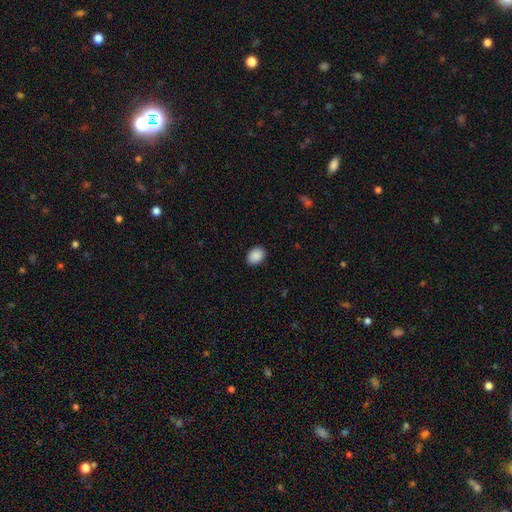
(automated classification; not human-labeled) The model was most divided on "how rounded": in between: 69%, round: 30%, cigar-shaped: 1%. More confident: smooth or featured — smooth (90%); merging — none (89%).